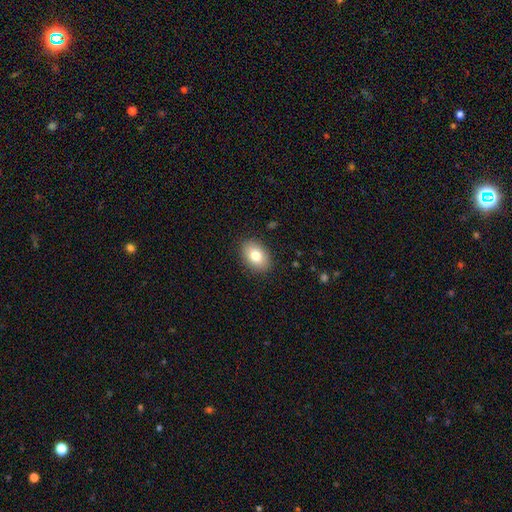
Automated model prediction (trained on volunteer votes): A smooth galaxy with no disk features (81%) that is in between round and cigar-shaped (84%). Merging: none (88%).